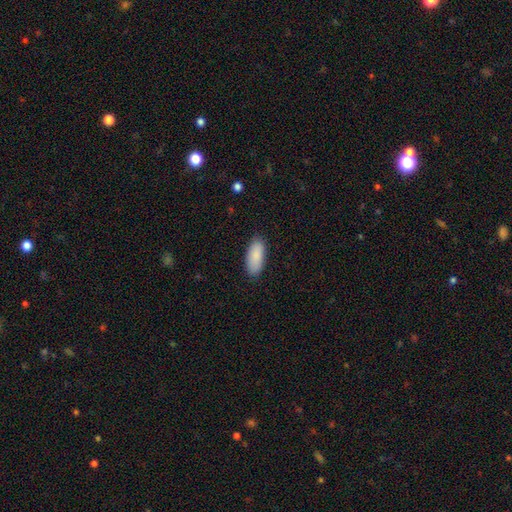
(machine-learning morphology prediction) Smooth or featured?
  - smooth: 88% *
  - star or artifact: 6%
  - featured or disk: 6%
How rounded?
  - in between: 88% *
  - cigar-shaped: 10%
  - round: 2%
Merging?
  - none: 86% *
  - minor disturbance: 11%
  - major disturbance: 2%
  - merger: 1%